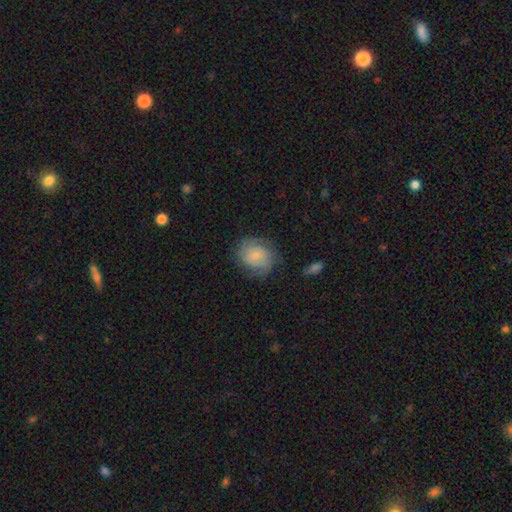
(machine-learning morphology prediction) Q: Smooth or featured?
A: featured or disk (50%); runner-up: smooth (43%)
Q: Merging?
A: none (67%); runner-up: minor disturbance (21%)